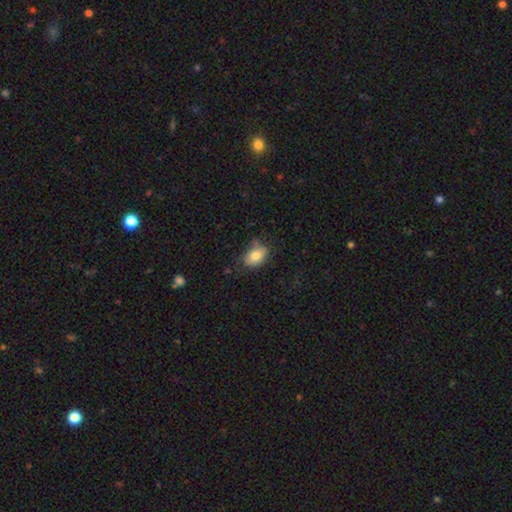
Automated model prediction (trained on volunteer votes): Overall: smooth (80%). How rounded: in between (85%). Merging: none (71%).